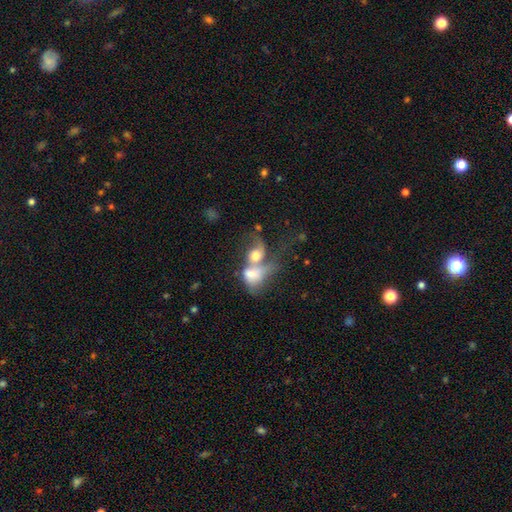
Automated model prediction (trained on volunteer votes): Q: Smooth or featured?
A: smooth (45%); tied with: featured or disk (45%)
Q: Merging?
A: merger (78%); runner-up: major disturbance (10%)